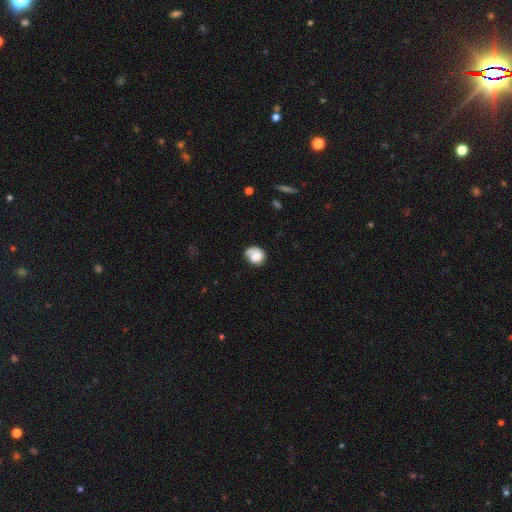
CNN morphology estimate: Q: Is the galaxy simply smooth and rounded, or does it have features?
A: smooth — 65%.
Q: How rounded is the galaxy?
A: round — 63%.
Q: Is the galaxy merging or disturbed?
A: none — 51%.